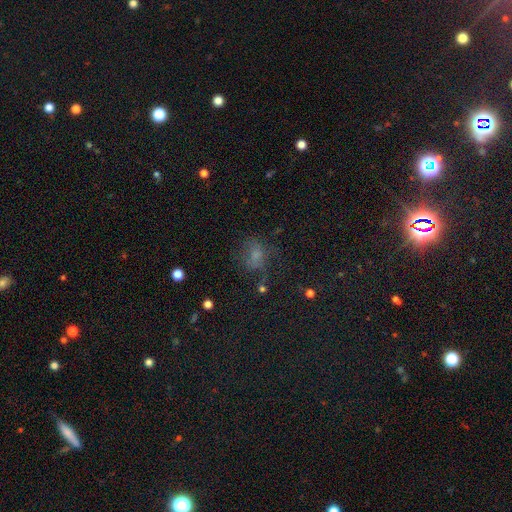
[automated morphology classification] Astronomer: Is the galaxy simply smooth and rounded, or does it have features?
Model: smooth — 55%.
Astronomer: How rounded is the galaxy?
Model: in between — 52% (runner-up: round, 46%).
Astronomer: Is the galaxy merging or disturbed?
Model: none — 47% (runner-up: major disturbance, 26%).